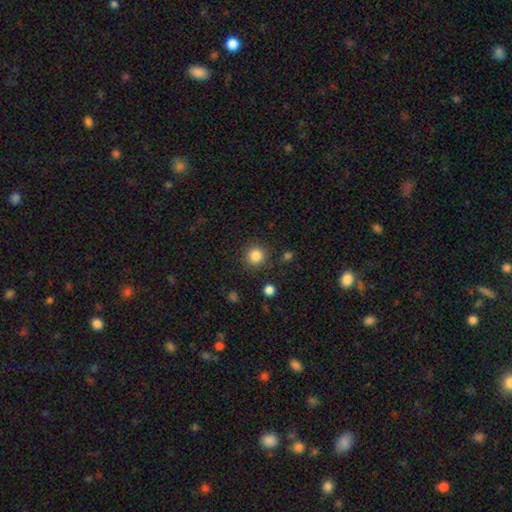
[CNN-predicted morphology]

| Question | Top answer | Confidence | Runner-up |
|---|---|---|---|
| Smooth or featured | smooth | 84% | star or artifact (11%) |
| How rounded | round | 92% | in between (7%) |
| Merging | none | 88% | minor disturbance (7%) |